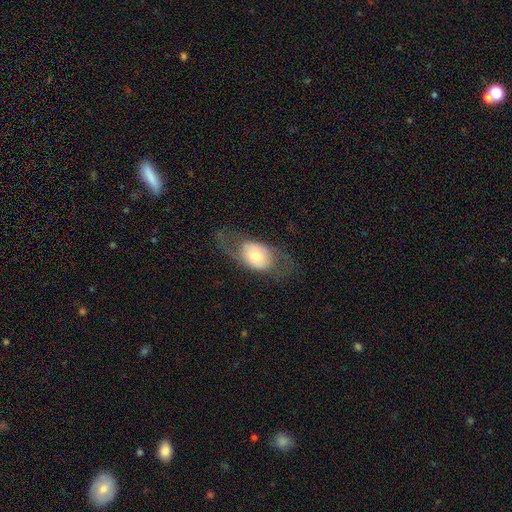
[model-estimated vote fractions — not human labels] smooth_or_featured: featured or disk (p=0.48) [alt: smooth p=0.45]
merging: none (p=0.54) [alt: major disturbance p=0.24]